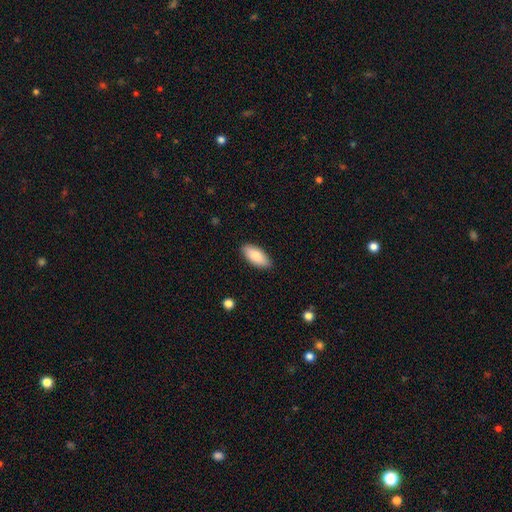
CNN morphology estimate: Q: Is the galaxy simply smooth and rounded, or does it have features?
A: smooth — 85%.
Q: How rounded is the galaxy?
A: in between — 88%.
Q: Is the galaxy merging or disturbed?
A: none — 88%.